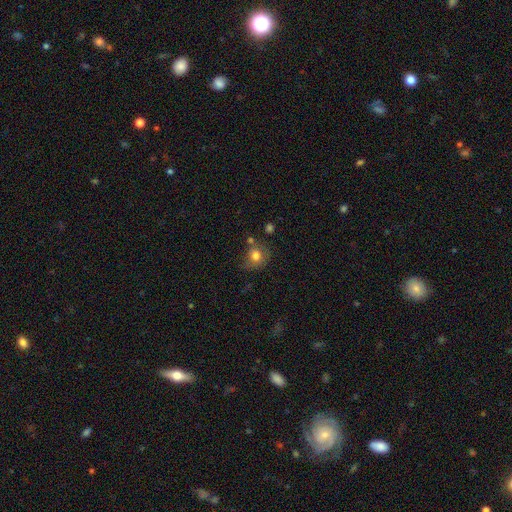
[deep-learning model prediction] Overall: smooth (78%). How rounded: round (74%). Merging: none (58%; minor disturbance 23%).